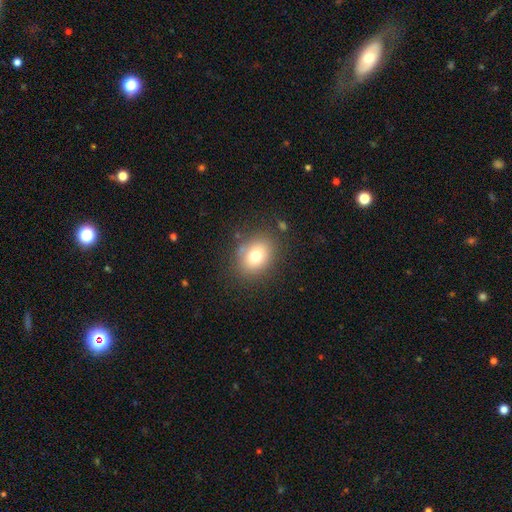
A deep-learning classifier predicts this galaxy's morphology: Q: Smooth or featured?
A: smooth (75%); runner-up: featured or disk (14%)
Q: How rounded?
A: in between (50%); runner-up: round (49%)
Q: Merging?
A: none (80%); runner-up: minor disturbance (12%)